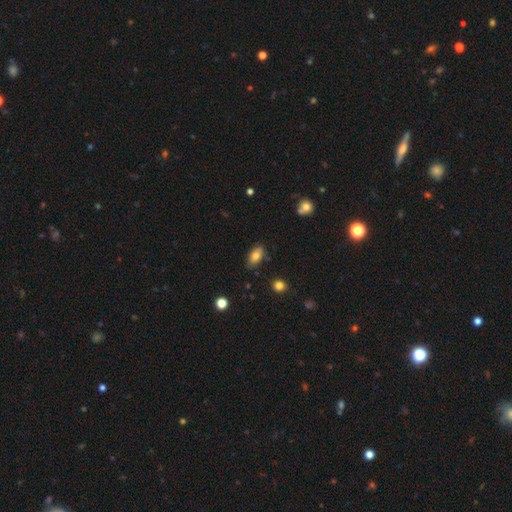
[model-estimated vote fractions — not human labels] Smooth or featured? smooth (78%)
How rounded? in between (90%)
Merging? none (81%)